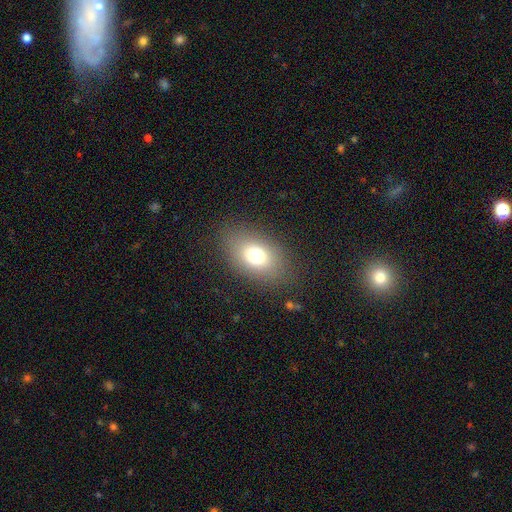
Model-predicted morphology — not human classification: The model was most divided on "how rounded": in between: 78%, round: 21%, cigar-shaped: 1%. More confident: merging — none (82%); smooth or featured — smooth (72%).